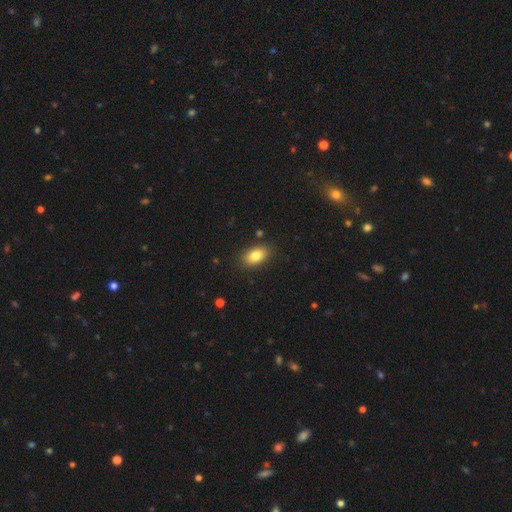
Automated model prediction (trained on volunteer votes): Smooth or featured? smooth (83%)
How rounded? in between (89%)
Merging? none (86%)